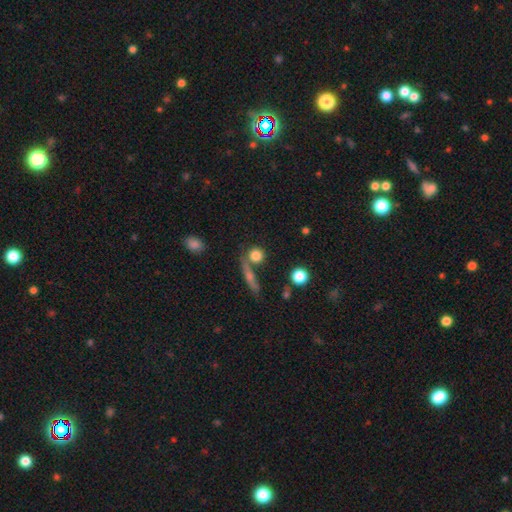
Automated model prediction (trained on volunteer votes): A smooth galaxy with no disk features (80%) that is round (85%). Merging: none (65%).